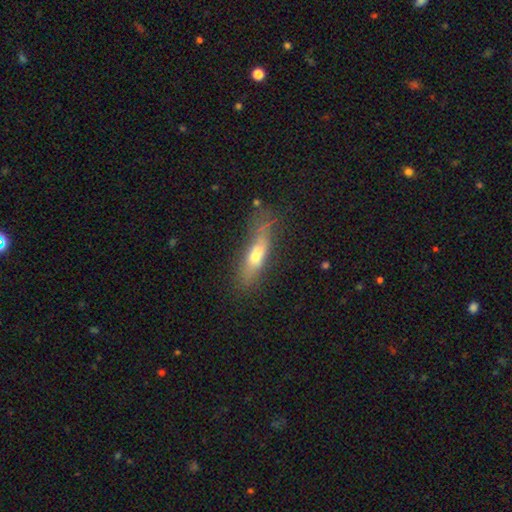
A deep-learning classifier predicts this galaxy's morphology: A smooth galaxy with no disk features (51%) that is cigar-shaped (65%).

Vote fractions:
- Smooth or featured? smooth: 51% / featured or disk: 40% / star or artifact: 9%
- How rounded? cigar-shaped: 65% / in between: 32% / round: 3%
- Merging? none: 52% / minor disturbance: 27% / major disturbance: 15% / merger: 5%